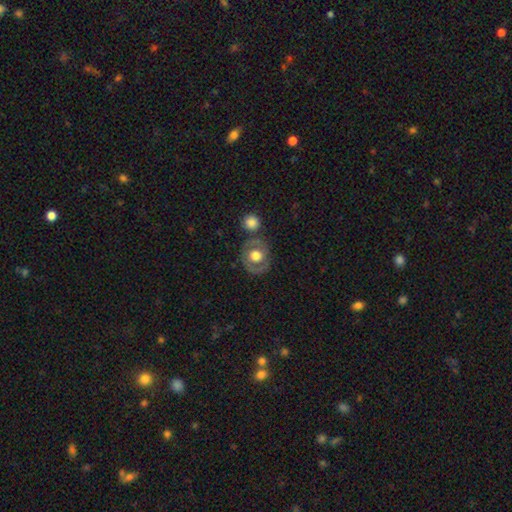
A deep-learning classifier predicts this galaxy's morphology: Smooth or featured? Predicted: featured or disk (p=0.48). Merging? Predicted: none (p=0.73).